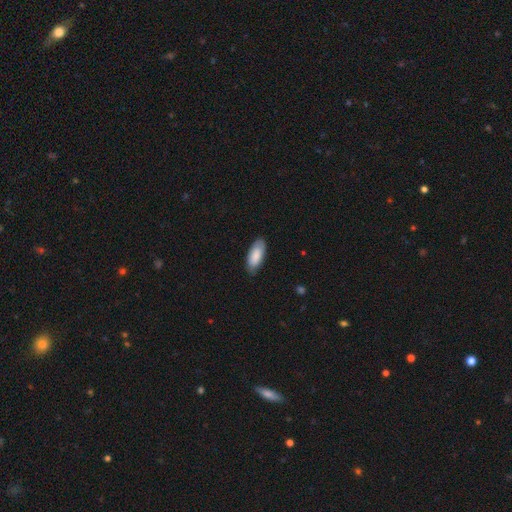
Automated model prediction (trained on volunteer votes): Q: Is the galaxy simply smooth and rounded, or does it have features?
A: smooth — 86%.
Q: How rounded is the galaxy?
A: in between — 86%.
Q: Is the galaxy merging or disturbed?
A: none — 80%.